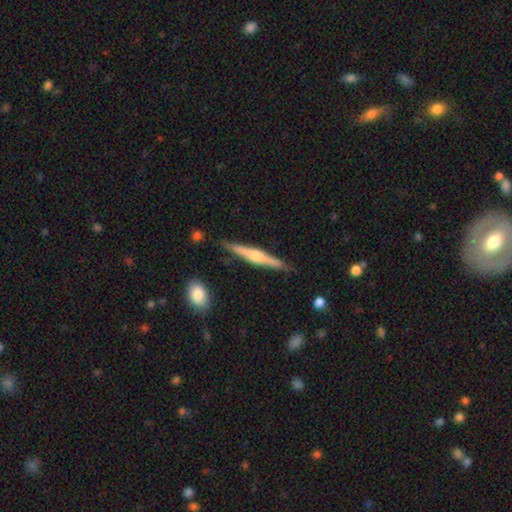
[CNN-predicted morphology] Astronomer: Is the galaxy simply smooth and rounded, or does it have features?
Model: featured or disk — 68%.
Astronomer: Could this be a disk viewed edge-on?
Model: yes — 98%.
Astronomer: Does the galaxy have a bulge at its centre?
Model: rounded — 74%.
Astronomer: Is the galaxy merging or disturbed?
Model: none — 87%.